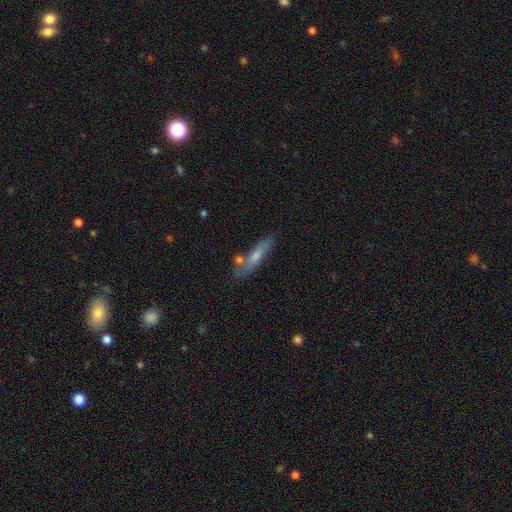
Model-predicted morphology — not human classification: smooth-or-featured: smooth: 52% | featured or disk: 39% | star or artifact: 8%
  how-rounded: cigar-shaped: 79% | in between: 19% | round: 3%
  merging: none: 68% | minor disturbance: 17% | merger: 10% | major disturbance: 5%